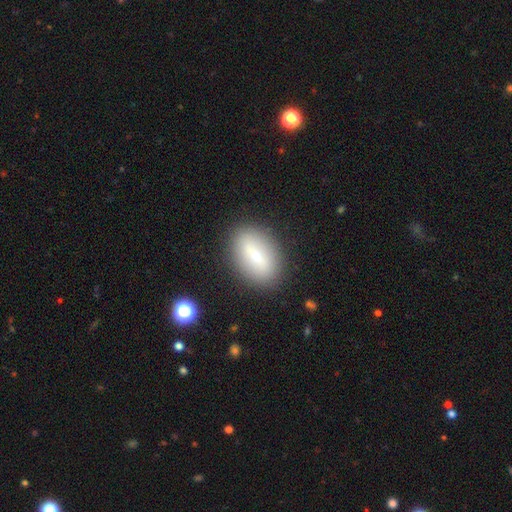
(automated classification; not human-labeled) Smooth or featured? Predicted: smooth (p=0.55). How rounded? Predicted: in between (p=0.83). Merging? Predicted: none (p=0.86).